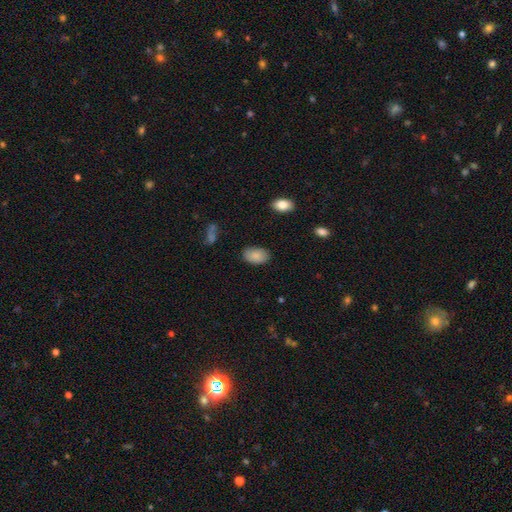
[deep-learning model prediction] This is clearly a smooth galaxy (87%). How rounded: clearly in between (91%). Merging: clearly none (85%).